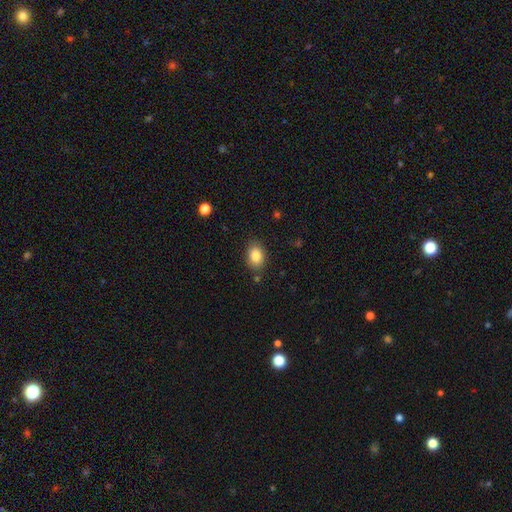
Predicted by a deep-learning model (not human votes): Smooth or featured? smooth (86%)
How rounded? in between (77%)
Merging? none (83%)